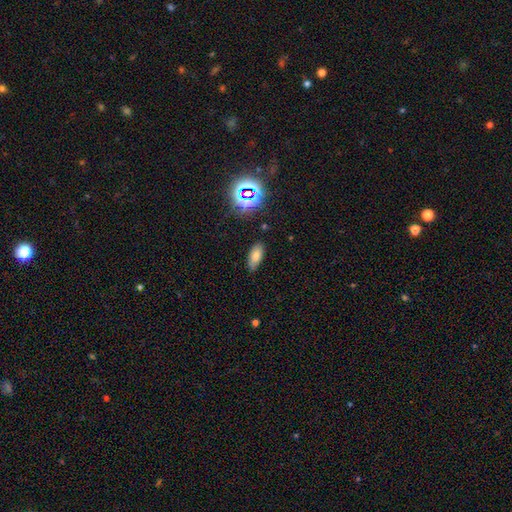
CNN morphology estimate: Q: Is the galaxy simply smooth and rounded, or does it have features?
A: smooth — 73%.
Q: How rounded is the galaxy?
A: in between — 85%.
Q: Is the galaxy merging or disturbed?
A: none — 82%.